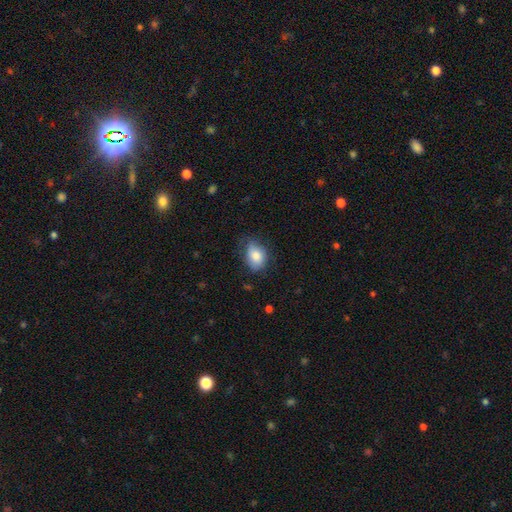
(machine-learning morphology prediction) Smooth or featured?
  - smooth: 82% *
  - featured or disk: 11%
  - star or artifact: 8%
How rounded?
  - in between: 74% *
  - round: 25%
  - cigar-shaped: 1%
Merging?
  - none: 64% *
  - minor disturbance: 28%
  - major disturbance: 7%
  - merger: 1%